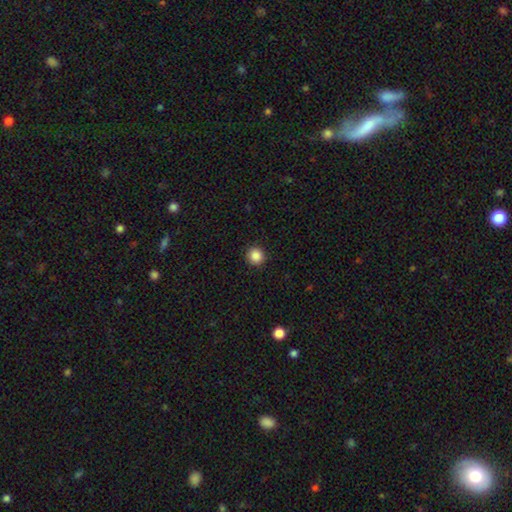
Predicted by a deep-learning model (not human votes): A smooth galaxy with no disk features (87%) that is round (95%). Merging: none (93%).